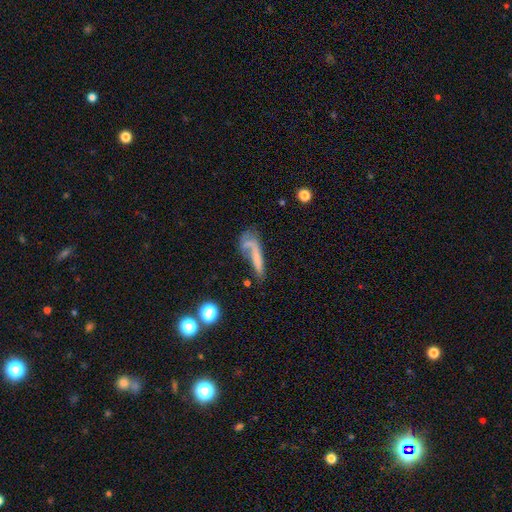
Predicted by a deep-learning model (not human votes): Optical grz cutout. It shows a smooth galaxy with no disk features (50%). Merging: none (32%).